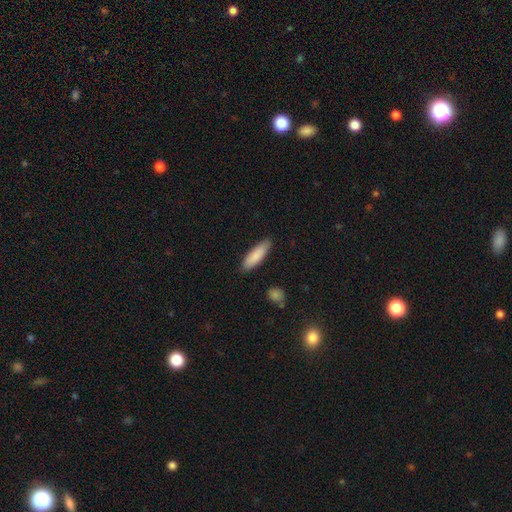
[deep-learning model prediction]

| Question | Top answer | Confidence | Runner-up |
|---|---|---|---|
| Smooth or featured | smooth | 87% | featured or disk (8%) |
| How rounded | cigar-shaped | 53% | in between (45%) |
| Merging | none | 86% | minor disturbance (11%) |